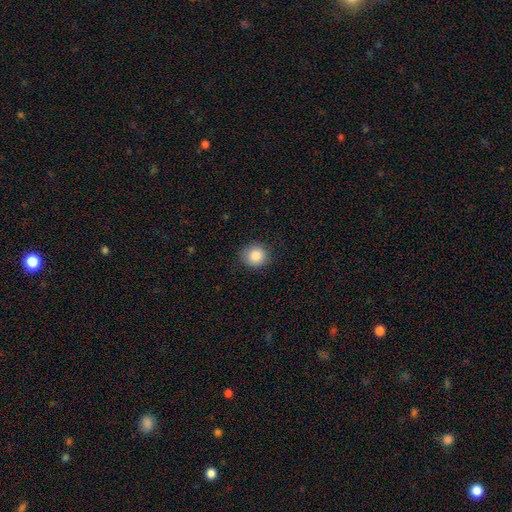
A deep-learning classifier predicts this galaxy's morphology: smooth-or-featured: smooth: 86% | star or artifact: 9% | featured or disk: 5%
  how-rounded: round: 84% | in between: 15% | cigar-shaped: 1%
  merging: none: 86% | minor disturbance: 11% | major disturbance: 3% | merger: 1%